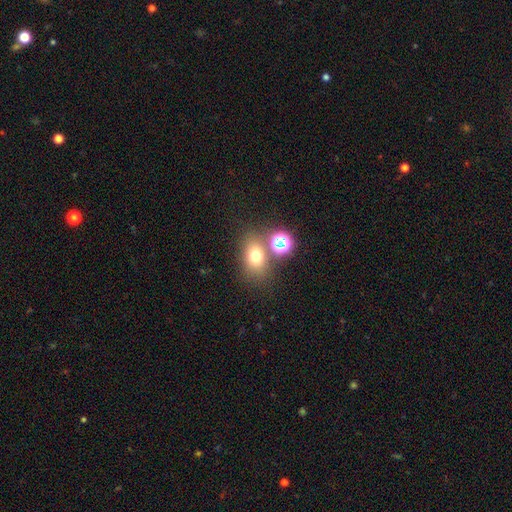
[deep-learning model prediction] A smooth galaxy with no disk features (69%) that is in between round and cigar-shaped (61%).

Vote fractions:
- Smooth or featured? smooth: 69% / star or artifact: 18% / featured or disk: 12%
- How rounded? in between: 61% / round: 37% / cigar-shaped: 2%
- Merging? none: 64% / merger: 20% / minor disturbance: 11% / major disturbance: 5%